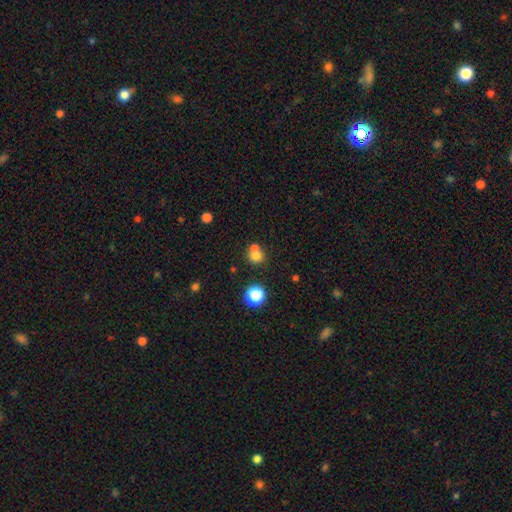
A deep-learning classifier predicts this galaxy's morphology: smooth_or_featured: smooth (p=0.73) [alt: star or artifact p=0.15]
how_rounded: round (p=0.83) [alt: in between p=0.16]
merging: merger (p=0.46) [alt: none p=0.45]